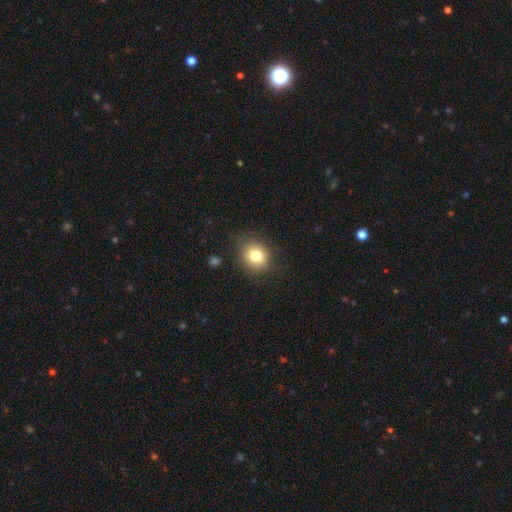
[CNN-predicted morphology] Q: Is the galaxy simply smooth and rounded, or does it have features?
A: smooth — 80%.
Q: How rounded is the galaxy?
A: round — 69%.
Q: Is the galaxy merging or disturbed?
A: none — 81%.